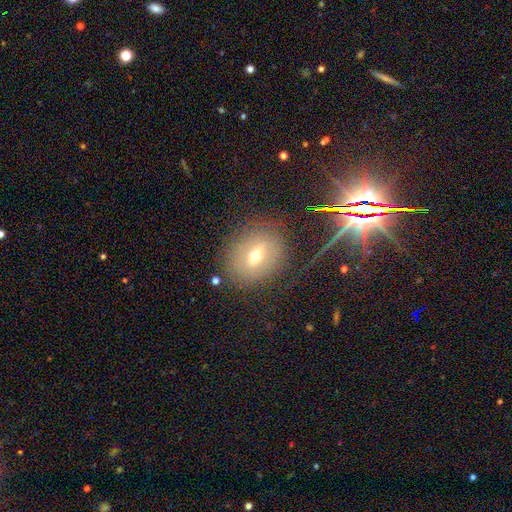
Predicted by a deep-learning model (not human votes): Smooth or featured: smooth — 49% (featured or disk — 35%)
Merging: none — 79% (minor disturbance — 13%)